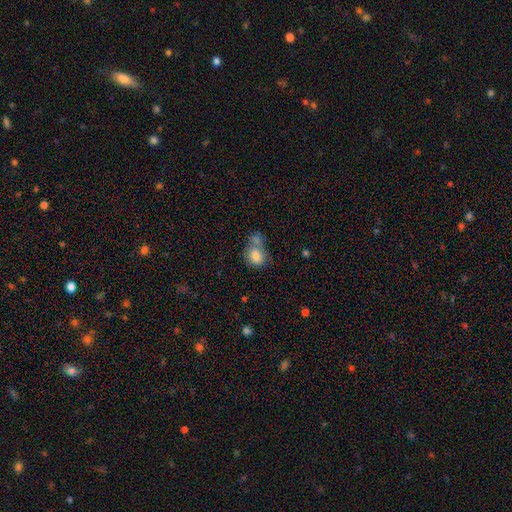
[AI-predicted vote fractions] Overall: smooth (81%). How rounded: round (51%; in between 47%). Merging: merger (43%; none 32%).